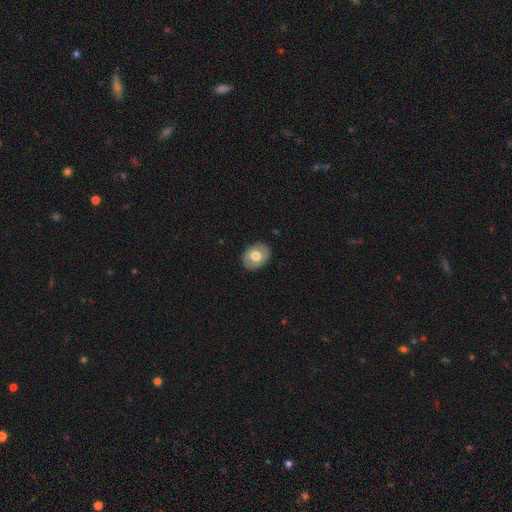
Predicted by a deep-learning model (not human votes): Overall: smooth (62%; featured or disk 31%). How rounded: in between (60%; round 39%). Merging: none (86%).